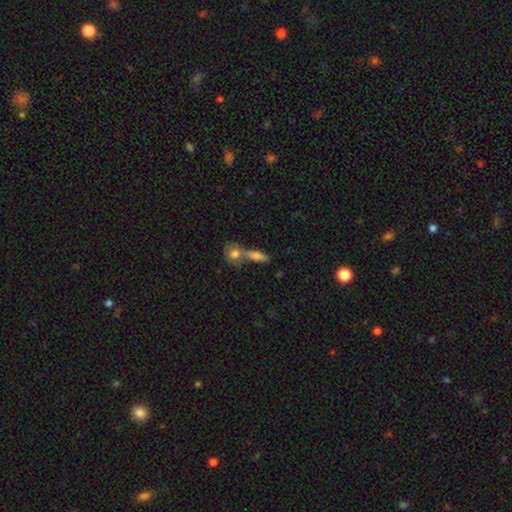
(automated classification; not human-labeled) smooth 65%, featured or disk 24%, star or artifact 11%. Down the decision tree: how rounded — in between (51%); merging — merger (47%).